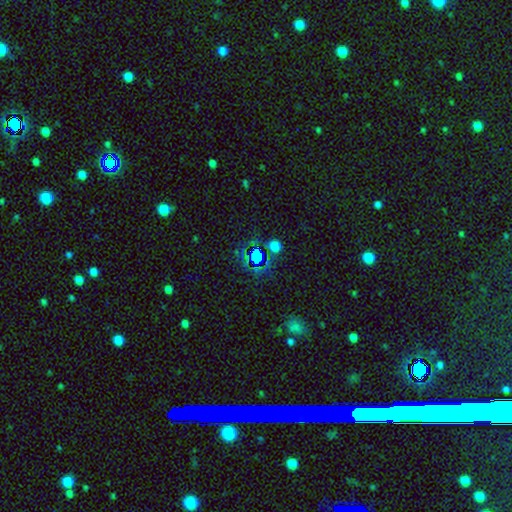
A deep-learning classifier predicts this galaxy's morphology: type=star or artifact (59%).